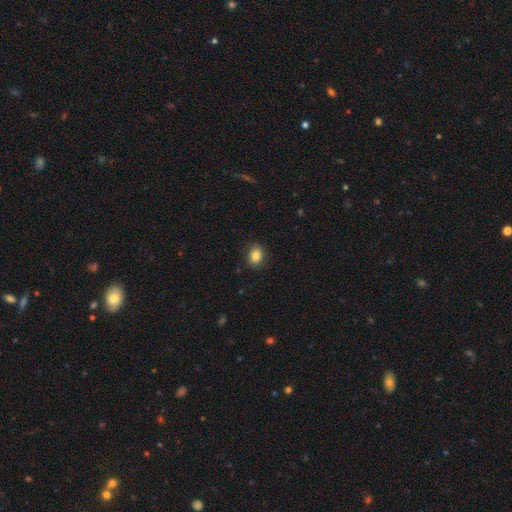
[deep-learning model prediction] This appears to be a smooth galaxy with no disk features (83%) that is in between round and cigar-shaped (58%). Merging: none (84%).